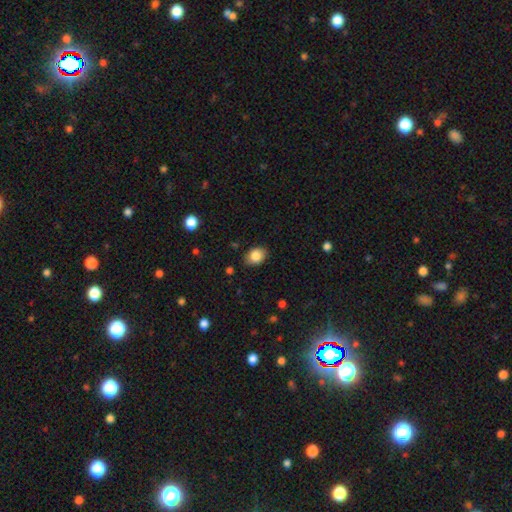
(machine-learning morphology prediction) Smooth or featured?
  - smooth: 85% *
  - star or artifact: 8%
  - featured or disk: 7%
How rounded?
  - in between: 70% *
  - round: 29%
  - cigar-shaped: 1%
Merging?
  - none: 85% *
  - minor disturbance: 12%
  - major disturbance: 2%
  - merger: 1%